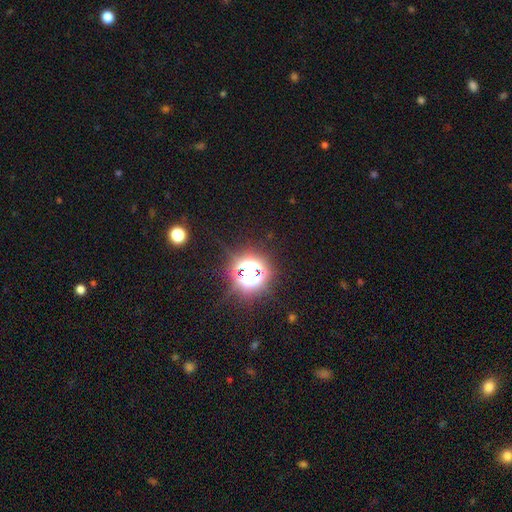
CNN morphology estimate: This is likely a star or artifact rather than a galaxy (80%).